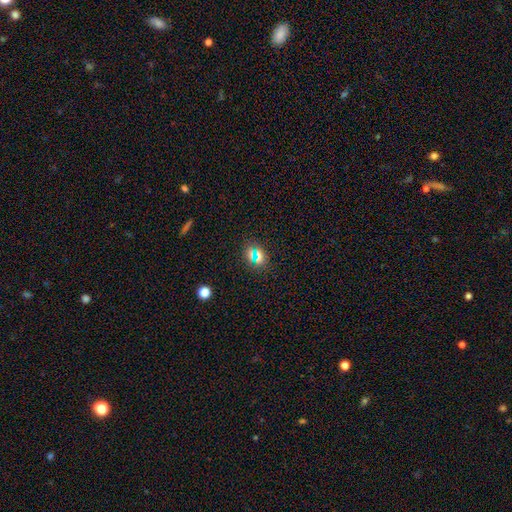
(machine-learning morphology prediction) Q: Smooth or featured?
A: smooth (60%); runner-up: star or artifact (30%)
Q: How rounded?
A: round (55%); runner-up: in between (39%)
Q: Merging?
A: none (83%); runner-up: minor disturbance (9%)